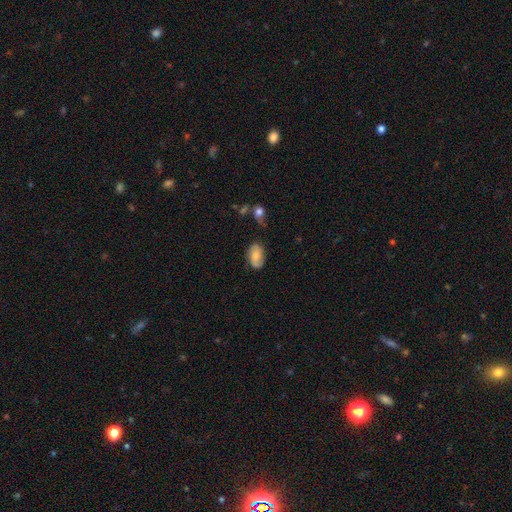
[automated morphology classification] This appears to be a smooth galaxy with no disk features (62%) that is in between round and cigar-shaped (90%). Merging: none (67%).